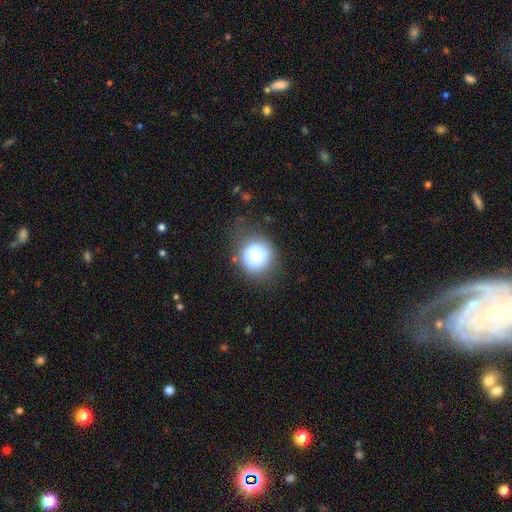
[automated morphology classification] Overall: smooth (81%). How rounded: round (87%). Merging: none (64%).